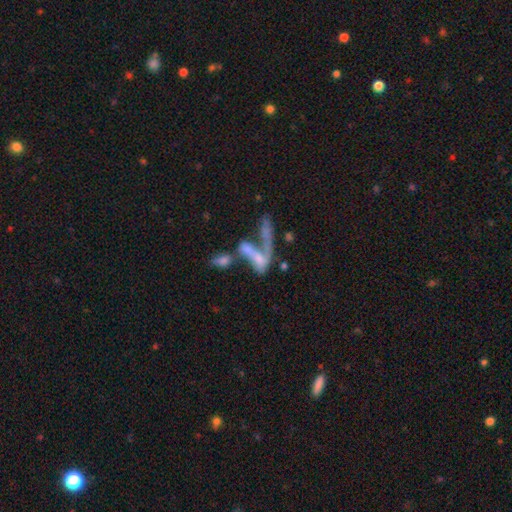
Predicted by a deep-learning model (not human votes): Smooth or featured? featured or disk (50%)
Edge-on disk? no (85%)
Merging? merger (59%)